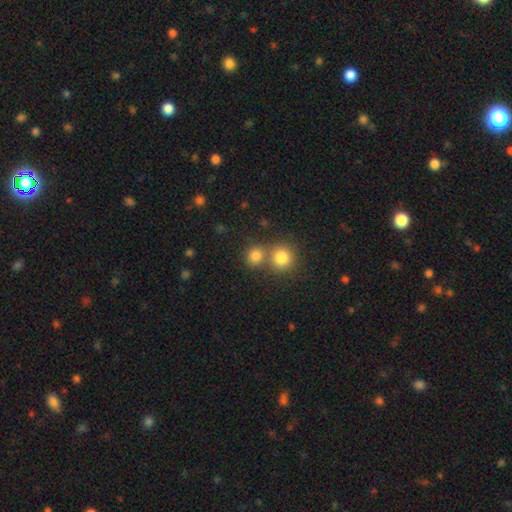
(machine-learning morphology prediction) type=smooth (81%); roundness=round (84%); merging=none (52%).